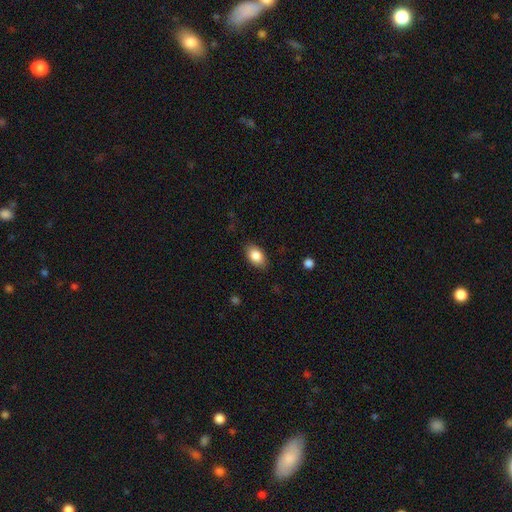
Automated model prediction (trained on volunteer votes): Overall: smooth (85%). How rounded: in between (87%). Merging: none (85%).